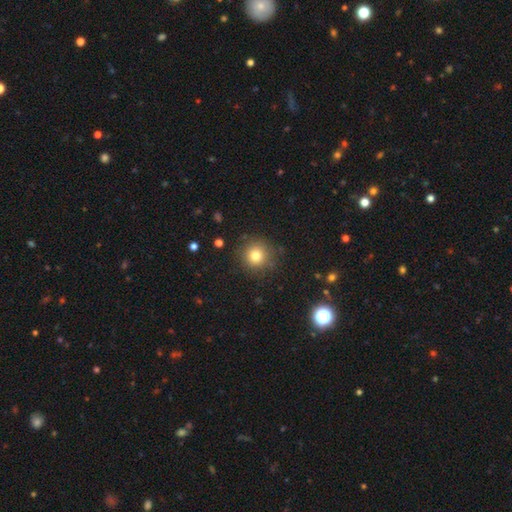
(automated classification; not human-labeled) smooth-or-featured: smooth: 79% | star or artifact: 13% | featured or disk: 8%
  how-rounded: round: 93% | in between: 6% | cigar-shaped: 1%
  merging: none: 86% | minor disturbance: 9% | major disturbance: 3% | merger: 2%